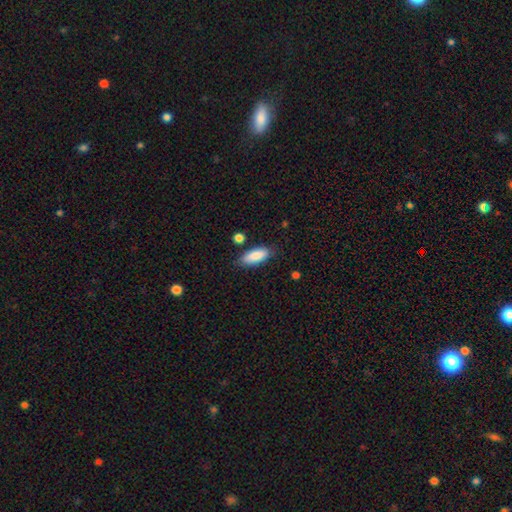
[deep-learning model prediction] smooth 86%, featured or disk 7%, star or artifact 6%. Down the decision tree: how rounded — in between (78%); merging — none (80%).